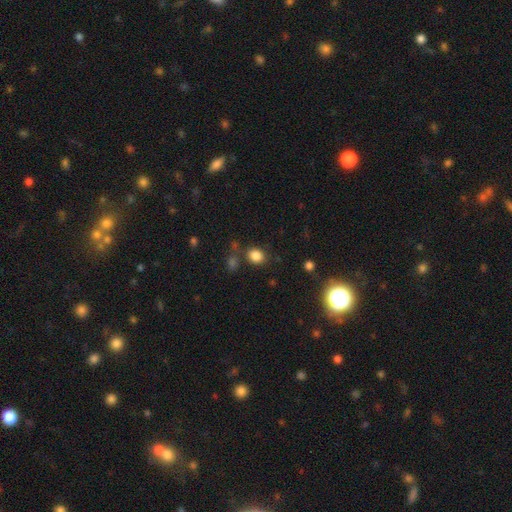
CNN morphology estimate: This appears to be a smooth galaxy with no disk features (83%) that is round (67%). Merging: none (77%).